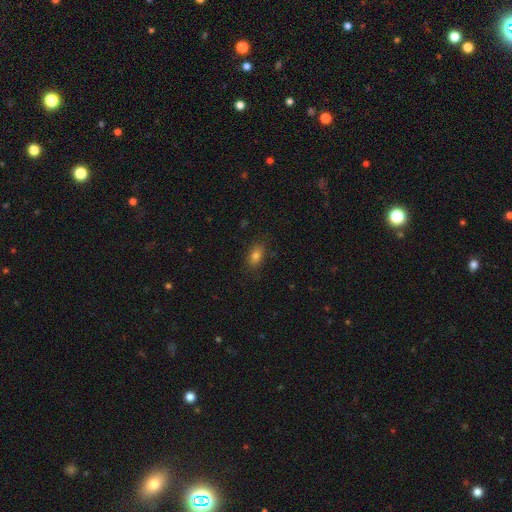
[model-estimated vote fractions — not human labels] smooth 81%, star or artifact 11%, featured or disk 8%. Down the decision tree: how rounded — in between (86%); merging — none (83%).